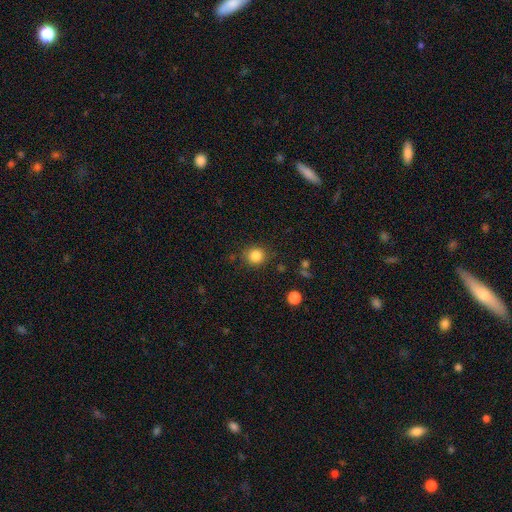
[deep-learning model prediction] Smooth or featured? smooth (84%)
How rounded? round (86%)
Merging? none (85%)